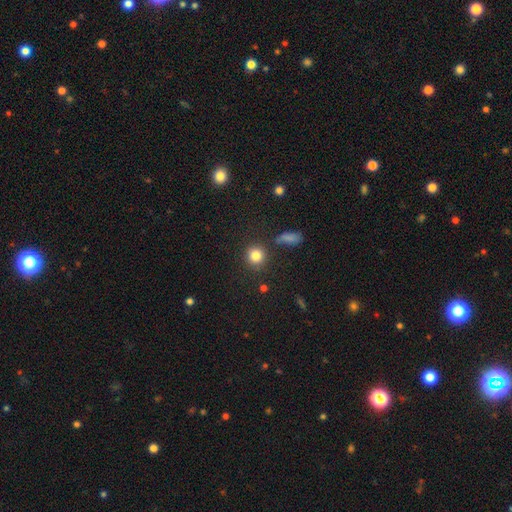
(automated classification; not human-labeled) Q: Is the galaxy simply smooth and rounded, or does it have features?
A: smooth — 83%.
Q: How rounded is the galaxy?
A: round — 89%.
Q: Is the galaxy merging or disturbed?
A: none — 83%.